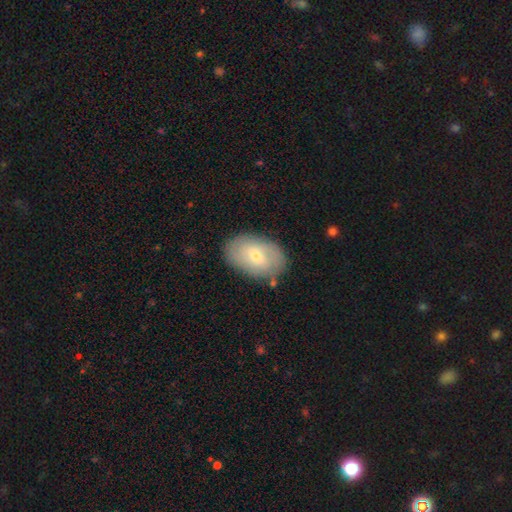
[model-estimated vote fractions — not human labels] Morphology: type=smooth (53%); roundness=in between (89%); merging=none (81%).